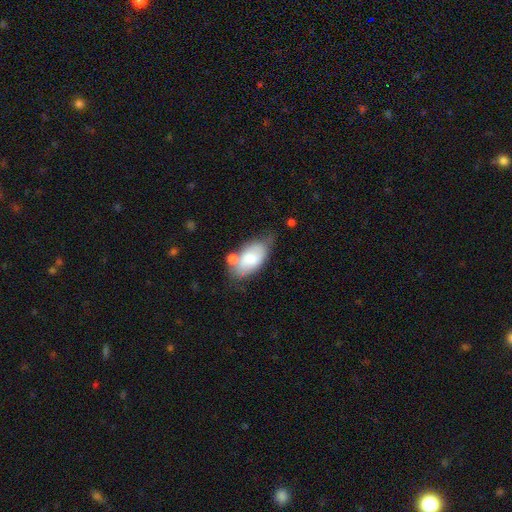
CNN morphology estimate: This is likely a smooth galaxy (64%). How rounded: clearly in between (92%). Merging: marginally none (39%).